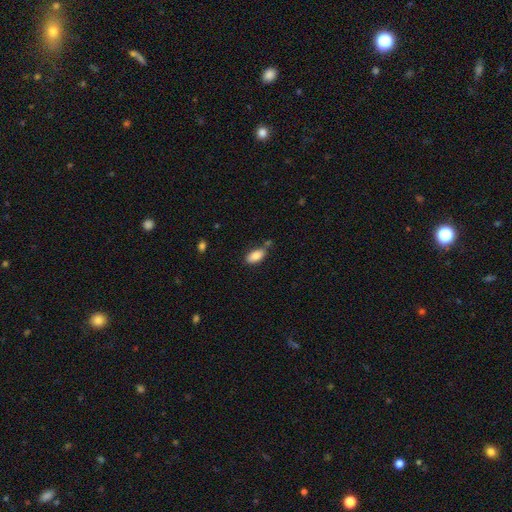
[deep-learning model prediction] Smooth or featured? smooth (86%)
How rounded? in between (92%)
Merging? none (73%)